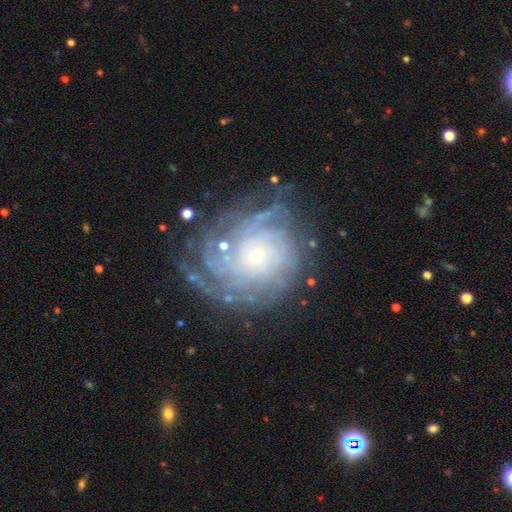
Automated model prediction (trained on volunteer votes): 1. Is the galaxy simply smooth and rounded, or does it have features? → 86% featured or disk, 7% star or artifact, 7% smooth.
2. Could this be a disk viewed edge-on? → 97% no, 3% yes.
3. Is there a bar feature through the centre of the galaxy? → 82% no, 14% weak, 4% strong.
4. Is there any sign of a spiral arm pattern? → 96% yes, 4% no.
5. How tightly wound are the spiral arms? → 78% tight, 18% medium, 4% loose.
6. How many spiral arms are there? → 29% can't tell, 23% more than 4, 22% 4, 12% 3, 8% 2, 6% 1.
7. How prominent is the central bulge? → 76% small, 19% moderate, 2% large, 2% none, 1% dominant.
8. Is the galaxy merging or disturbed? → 70% none, 18% minor disturbance, 9% major disturbance, 2% merger.